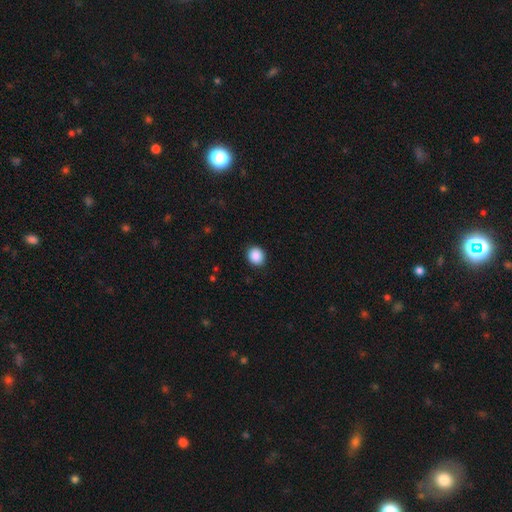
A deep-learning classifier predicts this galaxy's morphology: Overall: smooth (89%). How rounded: round (80%). Merging: none (91%).